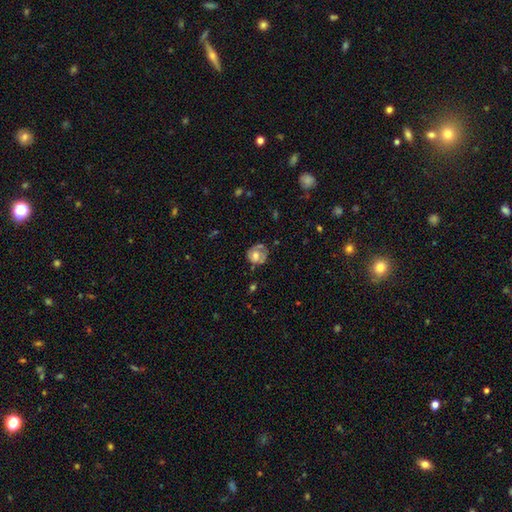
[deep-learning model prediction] The model was most divided on "smooth or featured": smooth: 48%, featured or disk: 44%, star or artifact: 8%. More confident: merging — none (54%).